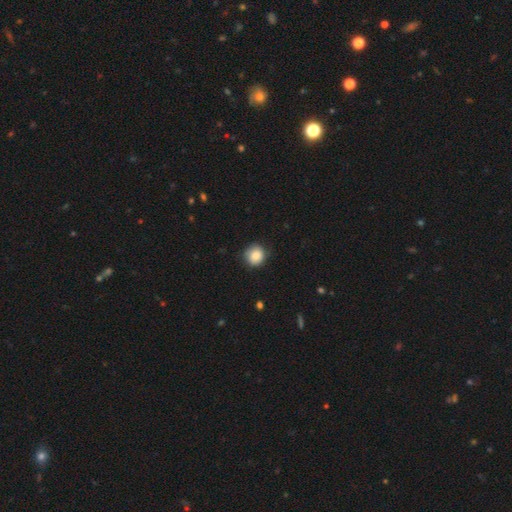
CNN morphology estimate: smooth_or_featured: smooth (p=0.84) [alt: star or artifact p=0.08]
how_rounded: round (p=0.88) [alt: in between p=0.11]
merging: none (p=0.80) [alt: minor disturbance p=0.16]